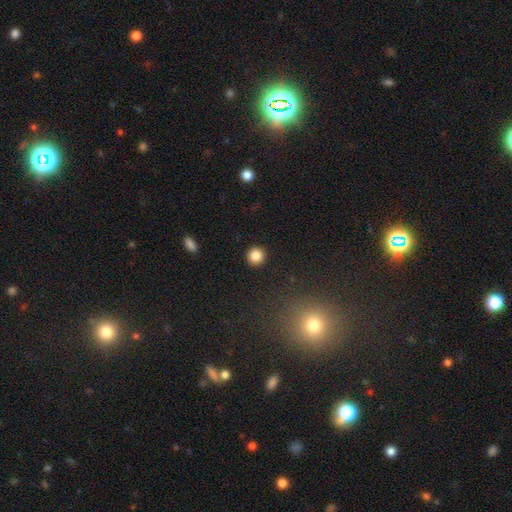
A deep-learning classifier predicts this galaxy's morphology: type=smooth (85%); roundness=round (93%); merging=none (92%).